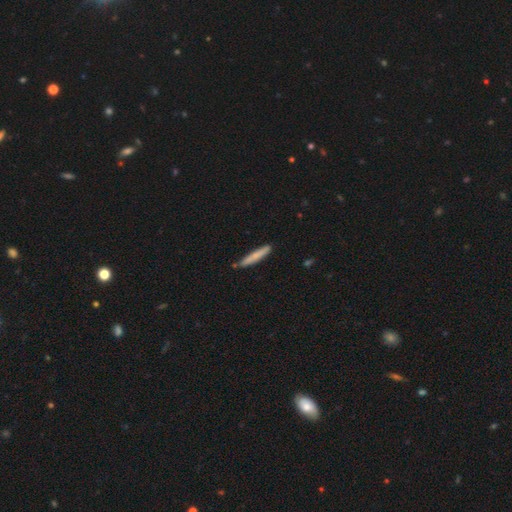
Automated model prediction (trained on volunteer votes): A smooth galaxy with no disk features (73%) that is cigar-shaped (94%). Merging: none (84%).